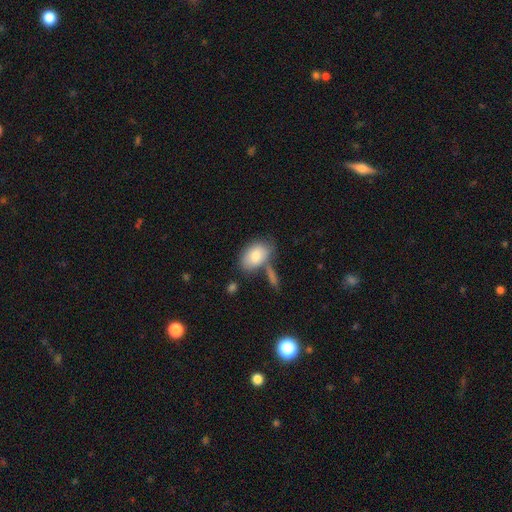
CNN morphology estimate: This appears to be a smooth galaxy with no disk features (78%) that is in between round and cigar-shaped (89%). Merging: none (54%).